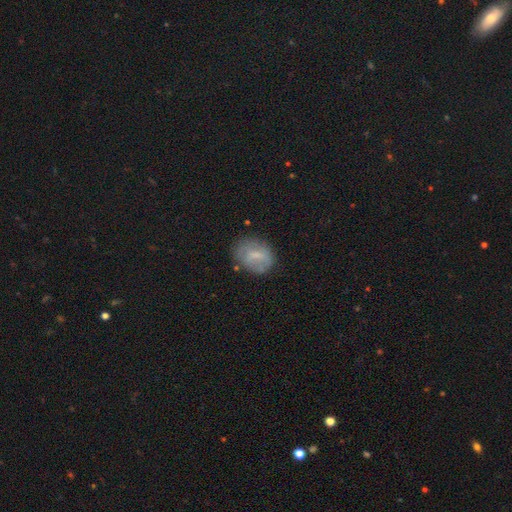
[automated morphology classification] Overall: smooth (64%; featured or disk 28%). How rounded: in between (62%; round 36%). Merging: none (67%).